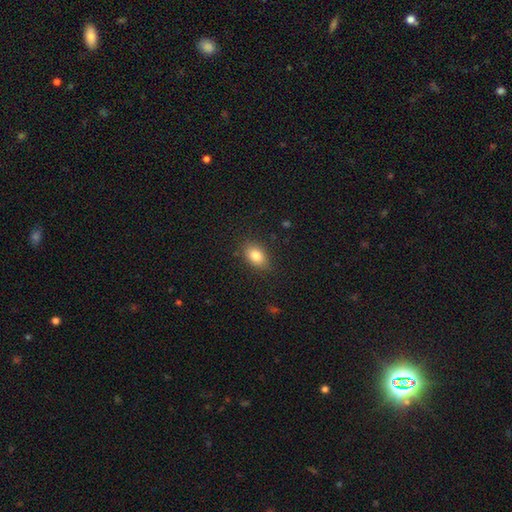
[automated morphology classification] Smooth or featured? Predicted: smooth (p=0.82). How rounded? Predicted: in between (p=0.82). Merging? Predicted: none (p=0.82).